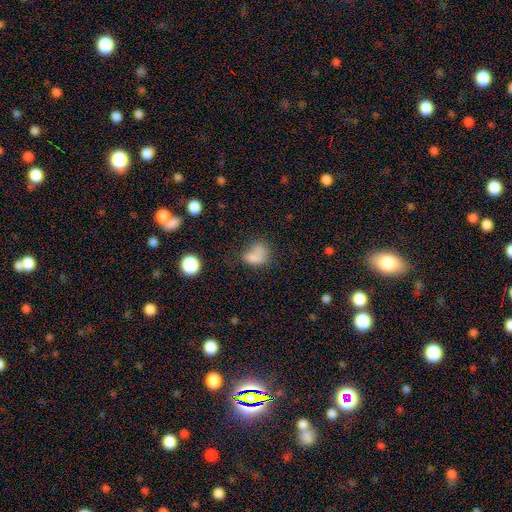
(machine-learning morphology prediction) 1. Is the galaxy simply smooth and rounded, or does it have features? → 73% smooth, 14% featured or disk, 13% star or artifact.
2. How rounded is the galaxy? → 68% in between, 30% round, 2% cigar-shaped.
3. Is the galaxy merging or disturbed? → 31% none, 24% merger, 23% major disturbance, 22% minor disturbance.